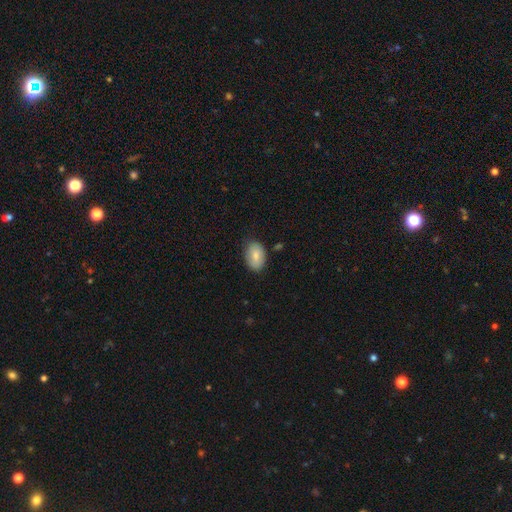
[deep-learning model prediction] smooth_or_featured: smooth (p=0.80) [alt: featured or disk p=0.13]
how_rounded: in between (p=0.87) [alt: round p=0.12]
merging: none (p=0.79) [alt: minor disturbance p=0.16]